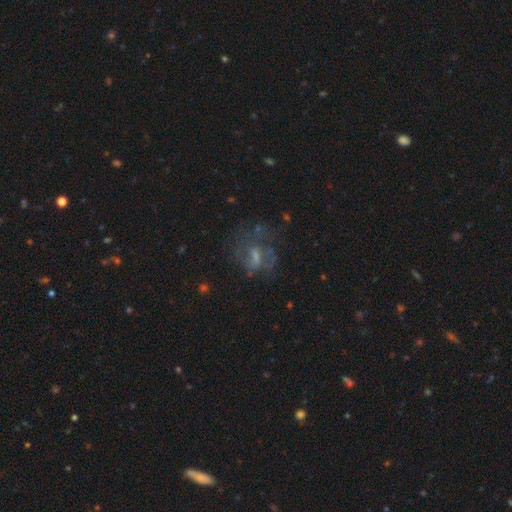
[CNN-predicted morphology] smooth_or_featured: featured or disk (p=0.53) [alt: smooth p=0.27]
disk_edge_on: no (p=0.96) [alt: yes p=0.04]
bar: no (p=0.48) [alt: weak p=0.42]
has_spiral_arms: no (p=0.50) [tied with: yes p=0.50]
bulge_size: small (p=0.36) [alt: moderate p=0.35]
merging: none (p=0.53) [alt: major disturbance p=0.25]